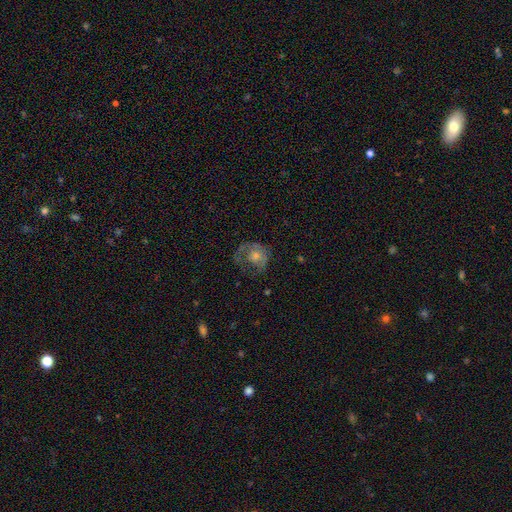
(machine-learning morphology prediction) The model was most divided on "merging": none: 50%, major disturbance: 27%, minor disturbance: 21%, merger: 2%. More confident: edge-on disk — no (97%); bar — no (83%); spiral arms — yes (63%); smooth or featured — featured or disk (60%); bulge size — moderate (58%).